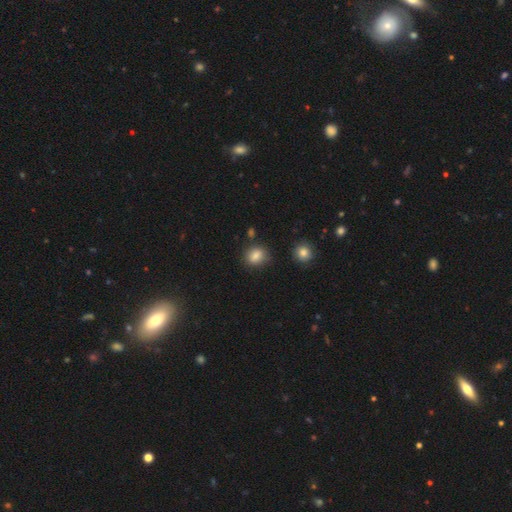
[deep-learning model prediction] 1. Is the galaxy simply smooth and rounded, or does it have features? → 84% smooth, 10% star or artifact, 6% featured or disk.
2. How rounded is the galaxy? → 60% round, 38% in between, 1% cigar-shaped.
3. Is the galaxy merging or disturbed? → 80% none, 13% minor disturbance, 4% merger, 3% major disturbance.